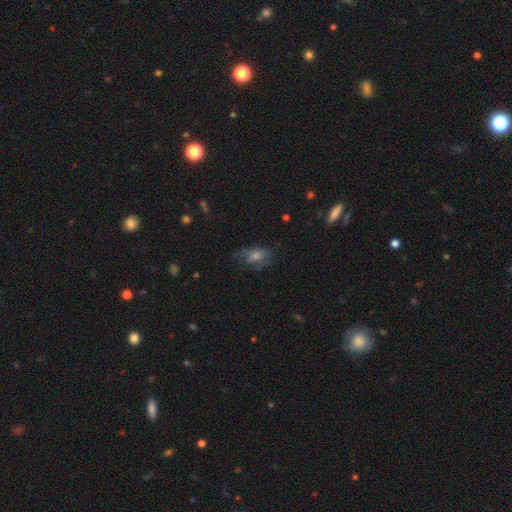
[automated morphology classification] Smooth or featured: smooth — 46% (featured or disk — 32%)
Merging: none — 58% (minor disturbance — 25%)